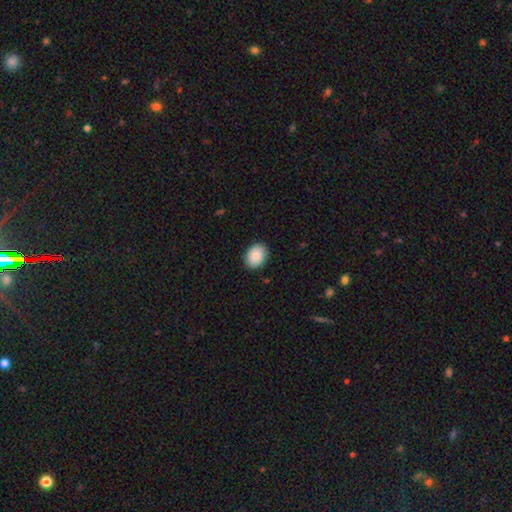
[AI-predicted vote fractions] Q: Smooth or featured?
A: smooth (88%); runner-up: star or artifact (7%)
Q: How rounded?
A: in between (69%); runner-up: round (30%)
Q: Merging?
A: none (88%); runner-up: minor disturbance (9%)